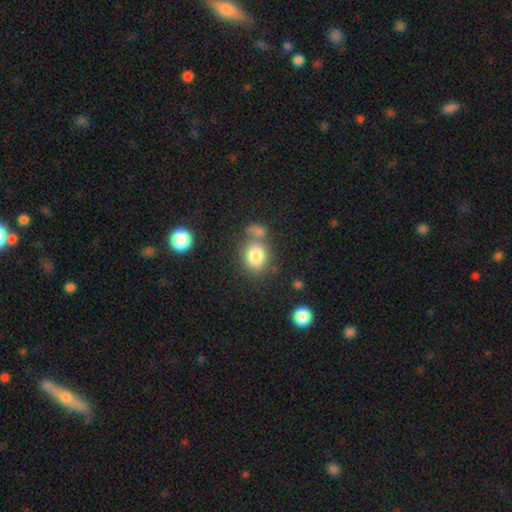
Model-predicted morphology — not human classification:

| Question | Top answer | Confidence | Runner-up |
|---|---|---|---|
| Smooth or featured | smooth | 81% | star or artifact (10%) |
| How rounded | round | 63% | in between (36%) |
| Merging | none | 56% | merger (25%) |